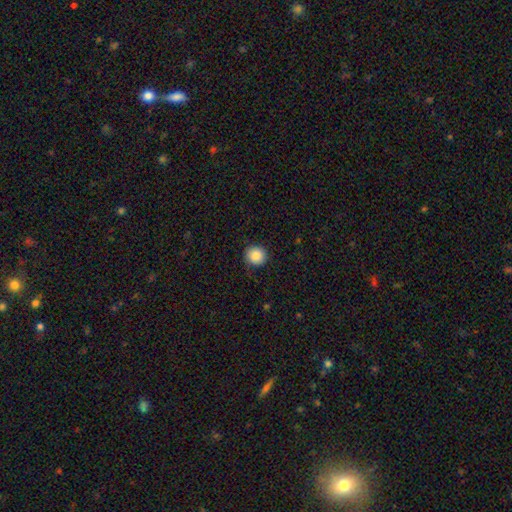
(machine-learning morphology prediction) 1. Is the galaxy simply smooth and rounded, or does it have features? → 87% smooth, 9% star or artifact, 4% featured or disk.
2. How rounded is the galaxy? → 92% round, 7% in between, 1% cigar-shaped.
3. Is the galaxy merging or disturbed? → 85% none, 11% minor disturbance, 3% major disturbance, 1% merger.